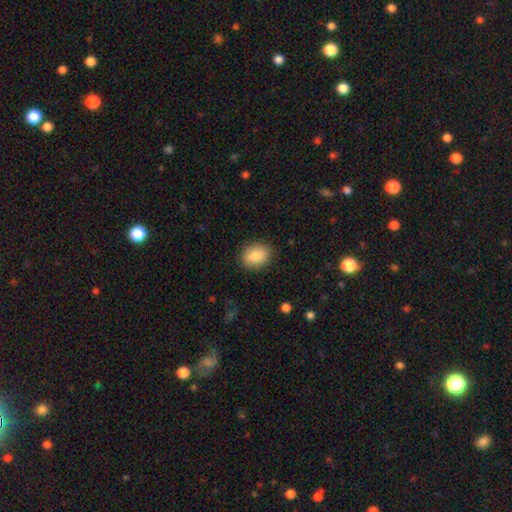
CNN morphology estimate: A smooth galaxy with no disk features (86%) that is round (53%).

Vote fractions:
- Smooth or featured? smooth: 86% / star or artifact: 8% / featured or disk: 7%
- How rounded? round: 53% / in between: 46% / cigar-shaped: 1%
- Merging? none: 87% / minor disturbance: 9% / major disturbance: 3% / merger: 1%